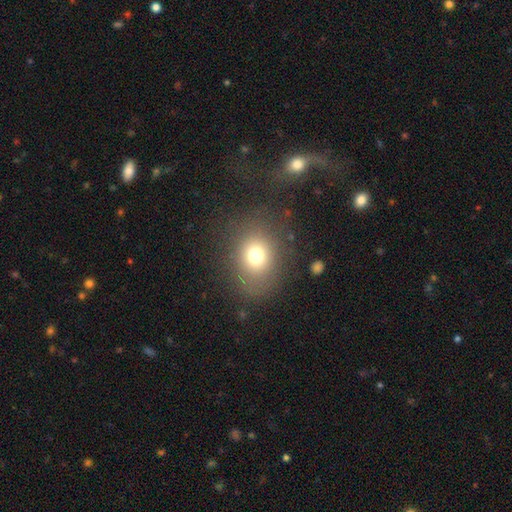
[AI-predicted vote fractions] A smooth galaxy with no disk features (72%) that is round (60%).

Vote fractions:
- Smooth or featured? smooth: 72% / star or artifact: 16% / featured or disk: 12%
- How rounded? round: 60% / in between: 39% / cigar-shaped: 1%
- Merging? none: 79% / minor disturbance: 11% / major disturbance: 8% / merger: 2%